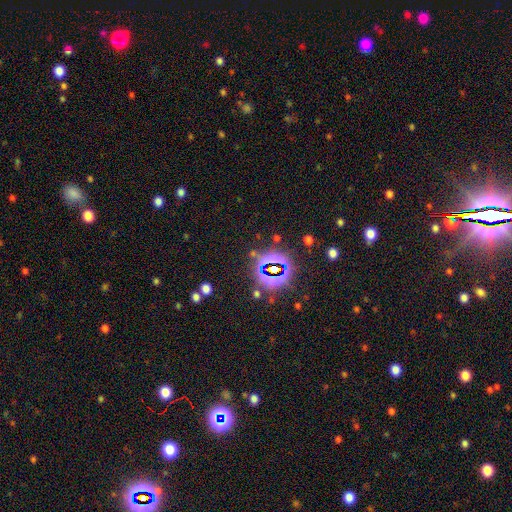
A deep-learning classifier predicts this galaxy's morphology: The model was most divided on "smooth or featured": star or artifact: 77%, smooth: 14%, featured or disk: 9%.